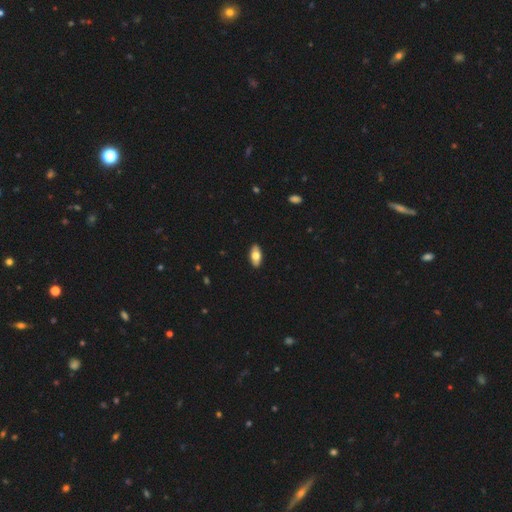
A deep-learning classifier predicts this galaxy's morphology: Overall: smooth (71%). How rounded: in between (90%). Merging: none (90%).